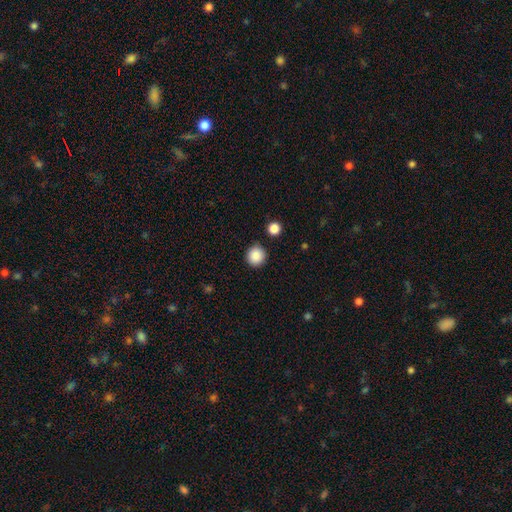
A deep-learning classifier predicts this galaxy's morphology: A smooth galaxy with no disk features (88%) that is round (94%). Merging: none (89%).